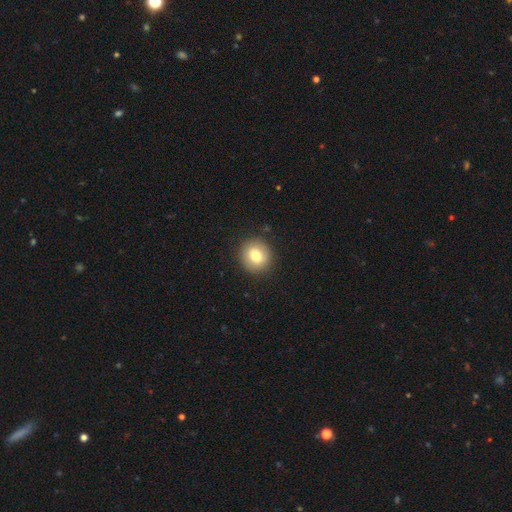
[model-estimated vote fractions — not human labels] A smooth galaxy with no disk features (77%) that is round (86%). Merging: none (90%).